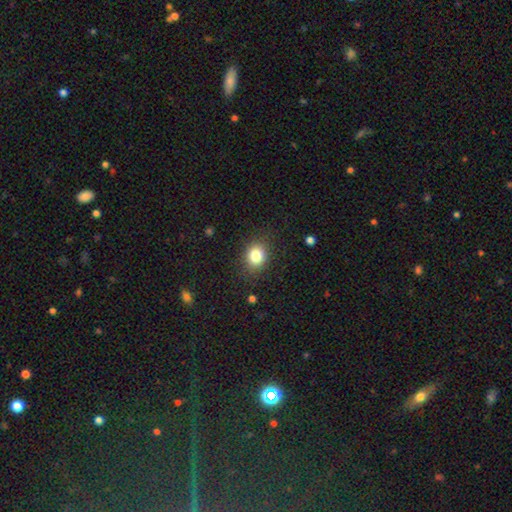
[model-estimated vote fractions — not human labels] smooth 82%, star or artifact 11%, featured or disk 7%. Down the decision tree: how rounded — round (53%); merging — none (84%).